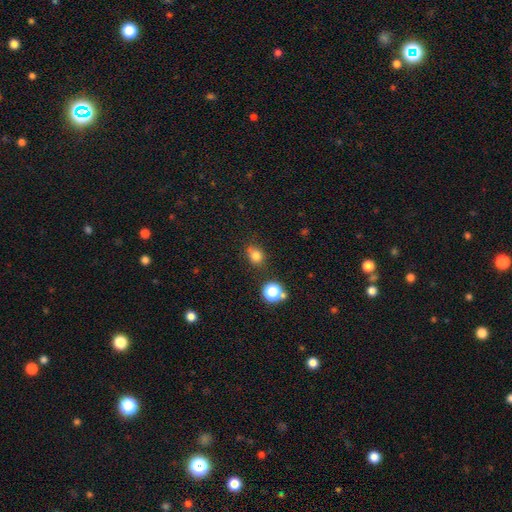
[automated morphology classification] Smooth or featured: smooth — 78% (star or artifact — 15%)
How rounded: round — 55% (in between — 43%)
Merging: none — 74% (minor disturbance — 18%)